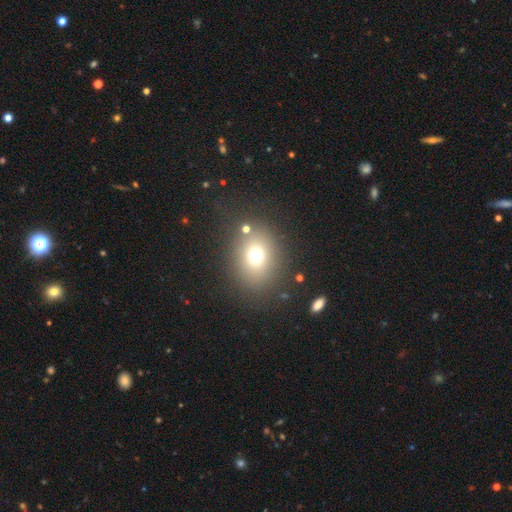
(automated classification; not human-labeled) Morphology: type=smooth (70%); roundness=round (54%); merging=none (77%).